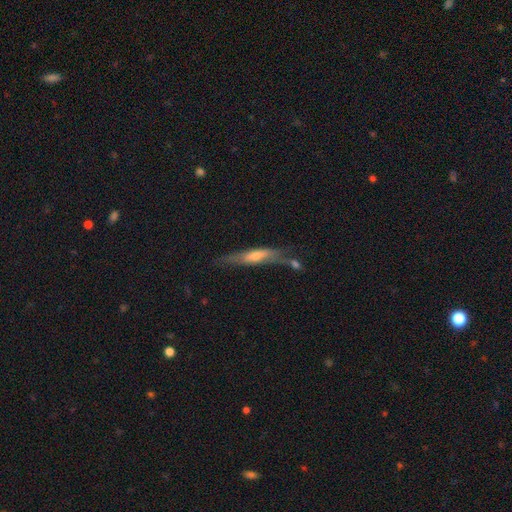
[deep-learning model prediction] Overall: featured or disk (62%; smooth 29%). Edge-on disk: yes (82%). Edge-on bulge: rounded (69%). Merging: none (59%; minor disturbance 22%).